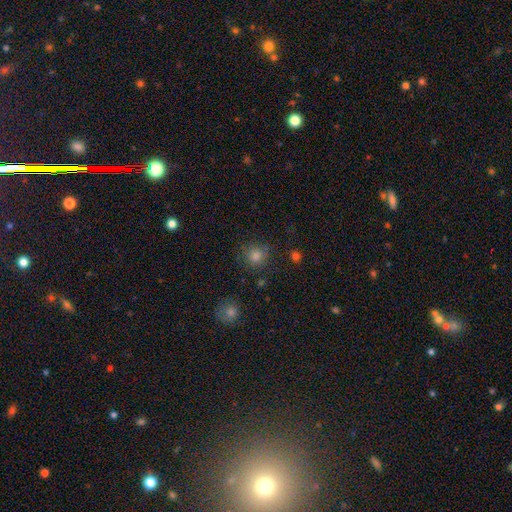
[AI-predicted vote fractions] Smooth or featured?
  - smooth: 76% *
  - star or artifact: 19%
  - featured or disk: 5%
How rounded?
  - round: 92% *
  - in between: 7%
  - cigar-shaped: 1%
Merging?
  - none: 84% *
  - minor disturbance: 10%
  - major disturbance: 3%
  - merger: 3%